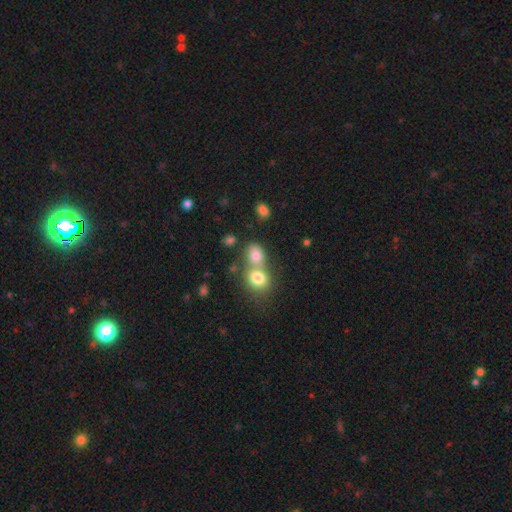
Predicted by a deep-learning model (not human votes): Smooth or featured? Predicted: smooth (p=0.77). How rounded? Predicted: in between (p=0.53). Merging? Predicted: merger (p=0.60).